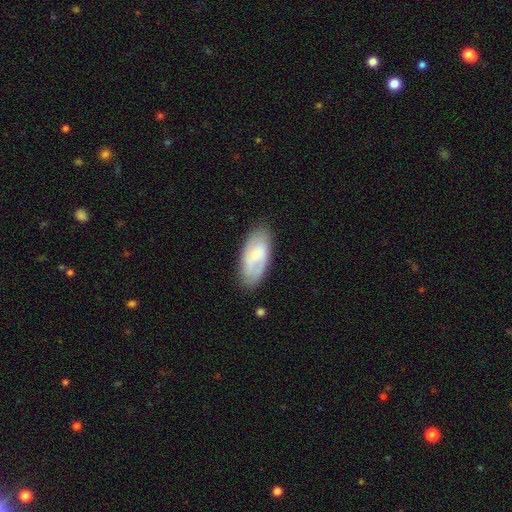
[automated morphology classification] Smooth or featured?
  - smooth: 55% *
  - featured or disk: 38%
  - star or artifact: 7%
How rounded?
  - in between: 90% *
  - cigar-shaped: 8%
  - round: 2%
Merging?
  - none: 78% *
  - minor disturbance: 16%
  - major disturbance: 4%
  - merger: 2%